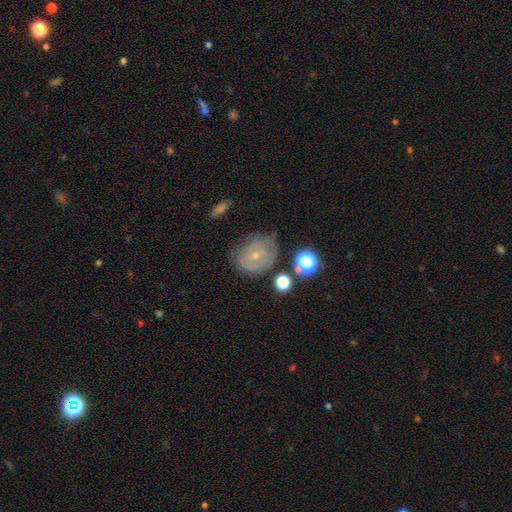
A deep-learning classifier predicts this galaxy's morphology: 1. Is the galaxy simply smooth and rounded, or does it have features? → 51% featured or disk, 37% smooth, 12% star or artifact.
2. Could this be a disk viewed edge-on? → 95% no, 5% yes.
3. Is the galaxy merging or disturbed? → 57% none, 27% minor disturbance, 11% major disturbance, 5% merger.